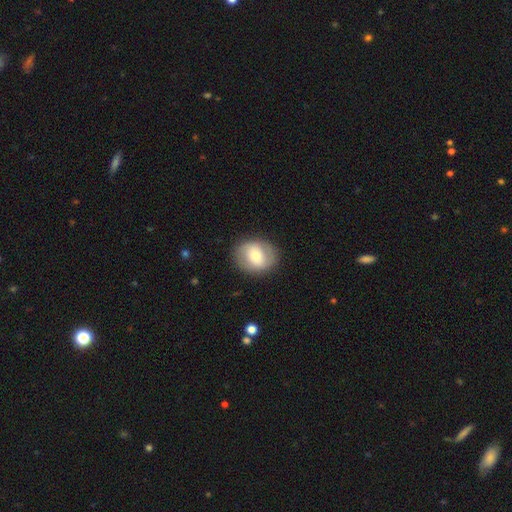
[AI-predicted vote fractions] Morphology: type=smooth (57%); roundness=round (60%); merging=none (84%).